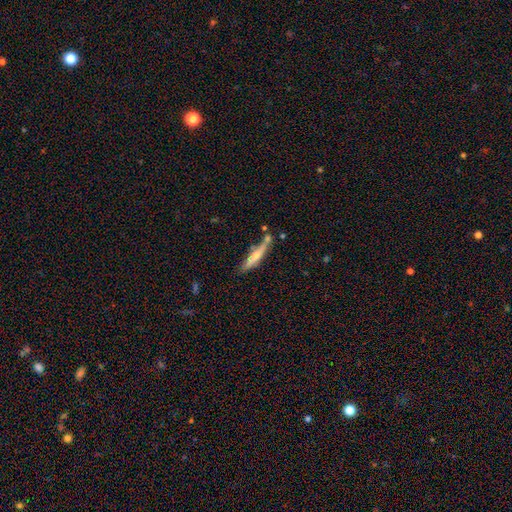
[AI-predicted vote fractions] featured or disk 48%, smooth 45%, star or artifact 6%. Down the decision tree: merging — none (59%).